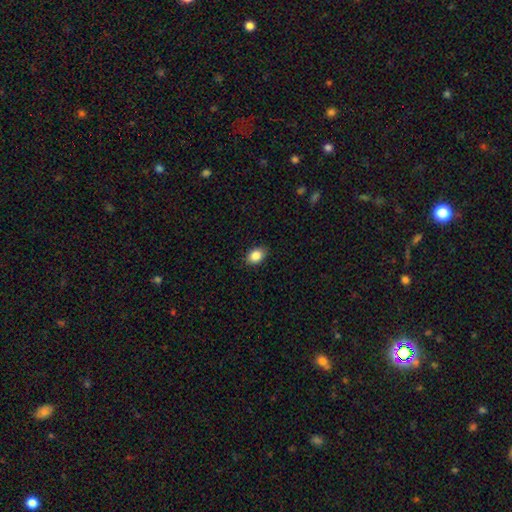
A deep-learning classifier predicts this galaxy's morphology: smooth-or-featured: smooth: 87% | star or artifact: 8% | featured or disk: 5%
  how-rounded: in between: 80% | round: 19% | cigar-shaped: 1%
  merging: none: 88% | minor disturbance: 9% | major disturbance: 2% | merger: 1%